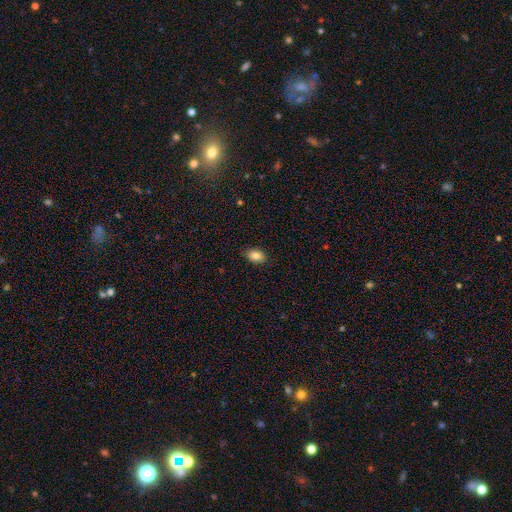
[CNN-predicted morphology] Overall: smooth (86%). How rounded: in between (83%). Merging: none (88%).